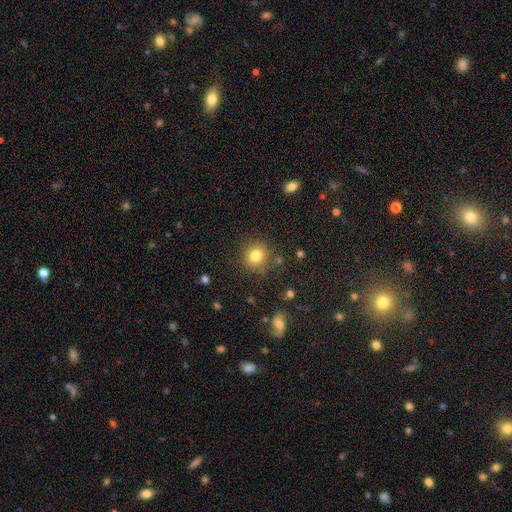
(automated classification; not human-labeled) A smooth galaxy with no disk features (80%) that is round (88%).

Vote fractions:
- Smooth or featured? smooth: 80% / star or artifact: 12% / featured or disk: 7%
- How rounded? round: 88% / in between: 11% / cigar-shaped: 1%
- Merging? none: 86% / minor disturbance: 8% / major disturbance: 3% / merger: 3%